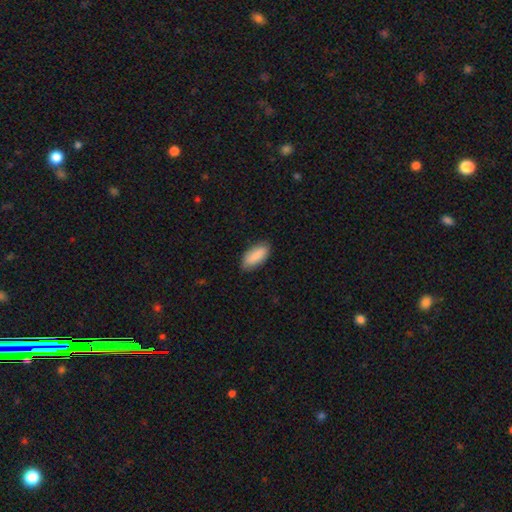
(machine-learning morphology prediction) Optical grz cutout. It shows a smooth galaxy with no disk features (88%) that is in between round and cigar-shaped (89%). Merging: none (83%).